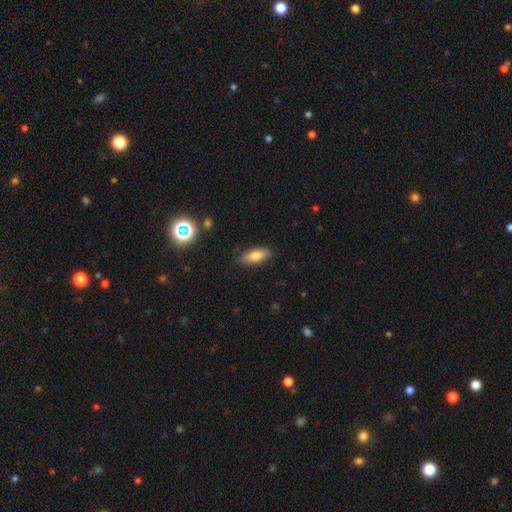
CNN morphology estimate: This is likely a smooth galaxy (75%). How rounded: likely in between (77%). Merging: clearly none (84%).